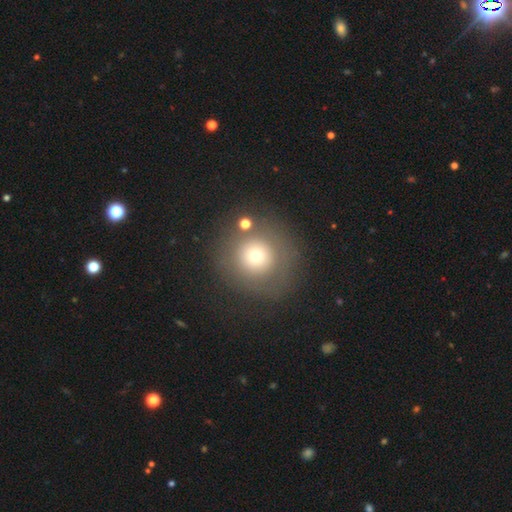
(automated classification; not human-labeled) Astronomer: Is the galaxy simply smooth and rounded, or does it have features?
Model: smooth — 65%.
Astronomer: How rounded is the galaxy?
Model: round — 93%.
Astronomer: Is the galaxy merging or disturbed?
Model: none — 76%.